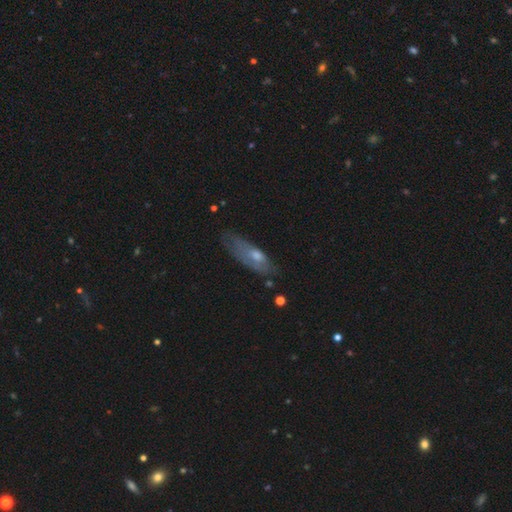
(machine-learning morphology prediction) A featured or disk galaxy (46%). Merging: none (55%).